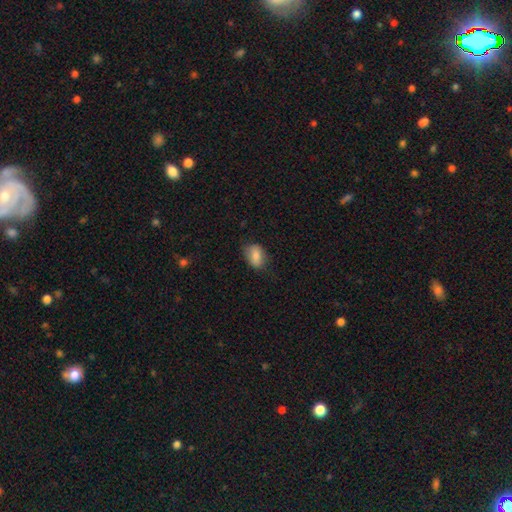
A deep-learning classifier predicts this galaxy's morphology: This is clearly a smooth galaxy (82%). How rounded: clearly in between (83%). Merging: likely none (68%).